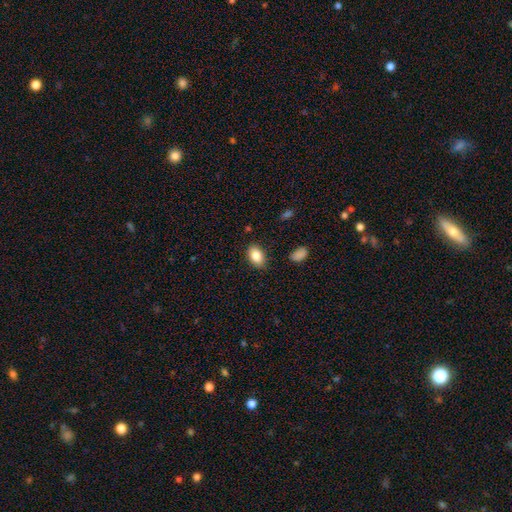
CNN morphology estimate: smooth 85%, star or artifact 7%, featured or disk 7%. Down the decision tree: how rounded — in between (90%); merging — none (86%).